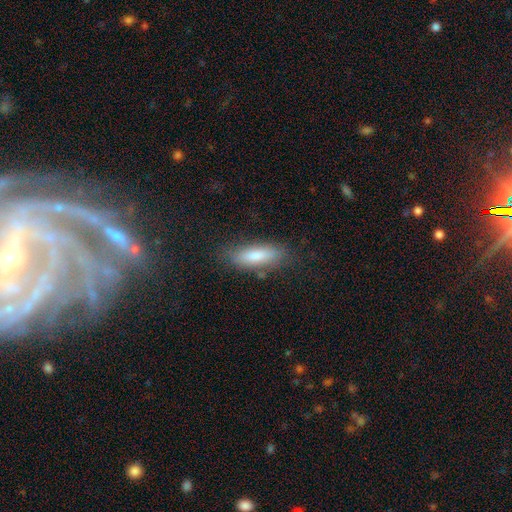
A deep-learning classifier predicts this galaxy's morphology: smooth-or-featured: smooth: 78% | featured or disk: 15% | star or artifact: 7%
  how-rounded: in between: 53% | cigar-shaped: 45% | round: 2%
  merging: none: 78% | minor disturbance: 15% | major disturbance: 4% | merger: 2%